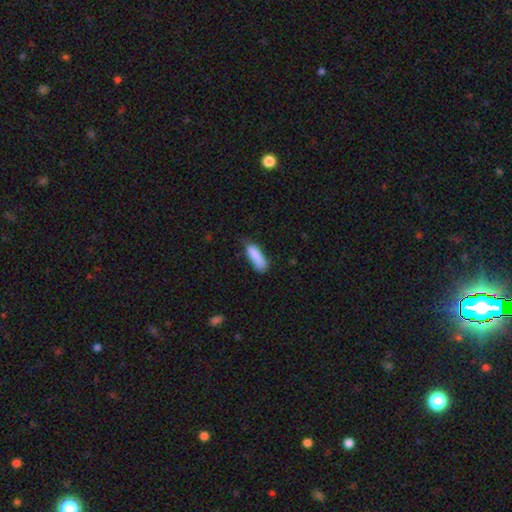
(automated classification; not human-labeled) Smooth or featured? smooth (86%)
How rounded? in between (53%)
Merging? none (57%)